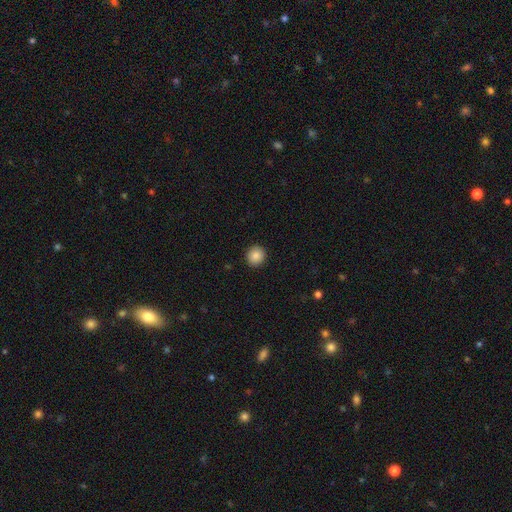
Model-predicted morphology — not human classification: type=smooth (88%); roundness=round (92%); merging=none (92%).